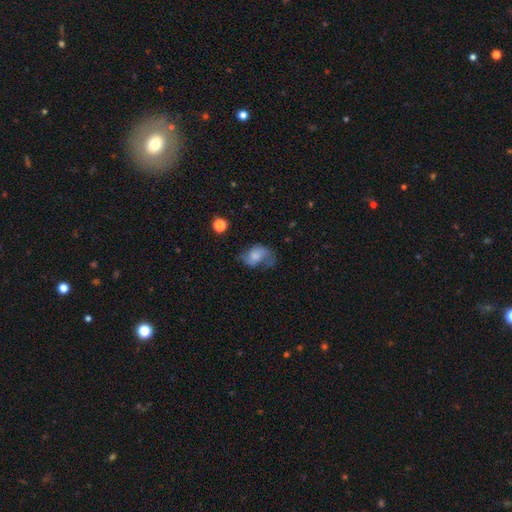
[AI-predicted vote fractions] The model was most divided on "merging": none: 37%, major disturbance: 31%, minor disturbance: 28%, merger: 4%. More confident: how rounded — in between (75%); smooth or featured — smooth (51%).